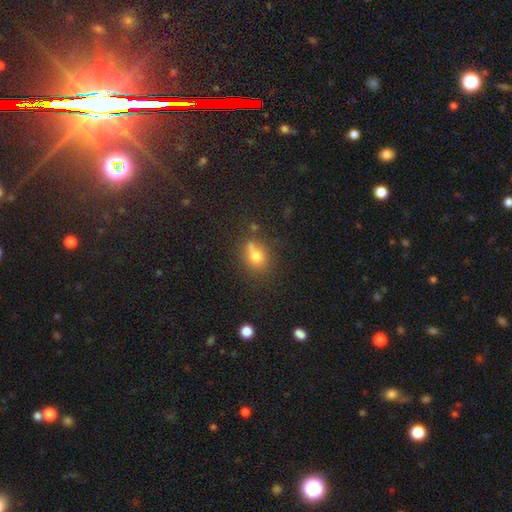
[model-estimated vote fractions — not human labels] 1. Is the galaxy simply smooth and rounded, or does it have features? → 74% smooth, 14% star or artifact, 12% featured or disk.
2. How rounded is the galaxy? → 64% round, 34% in between, 1% cigar-shaped.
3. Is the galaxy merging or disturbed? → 52% none, 21% merger, 19% minor disturbance, 7% major disturbance.